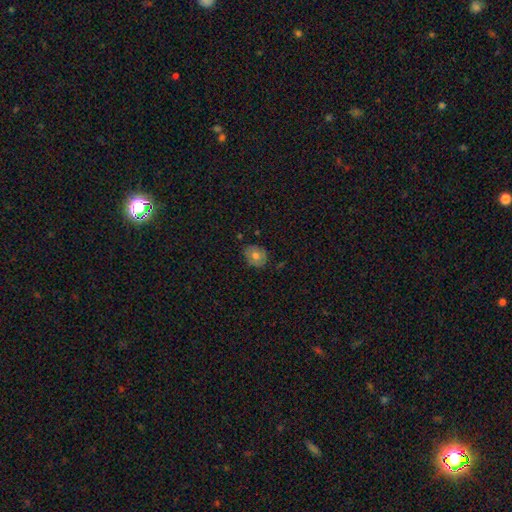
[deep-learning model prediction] Smooth or featured? smooth (65%)
How rounded? round (56%)
Merging? none (78%)